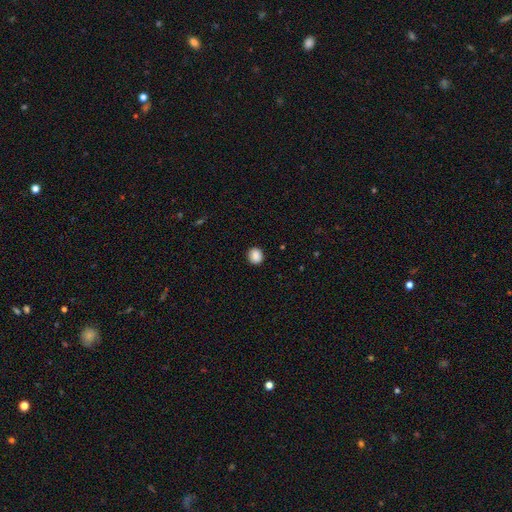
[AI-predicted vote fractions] Smooth or featured: smooth — 88% (star or artifact — 9%)
How rounded: round — 82% (in between — 17%)
Merging: none — 90% (minor disturbance — 7%)